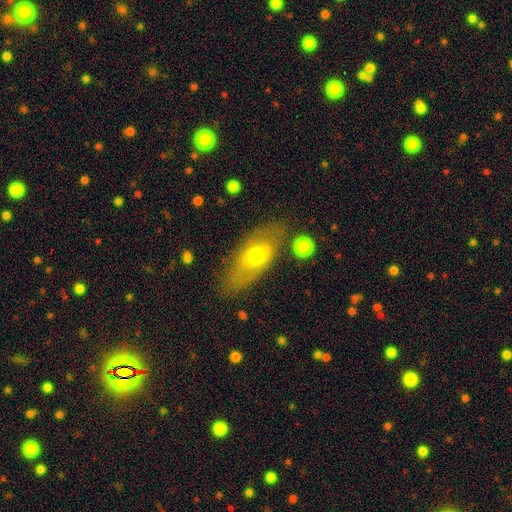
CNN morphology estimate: smooth-or-featured: smooth: 48% | featured or disk: 45% | star or artifact: 7%
  merging: none: 76% | minor disturbance: 15% | major disturbance: 5% | merger: 4%